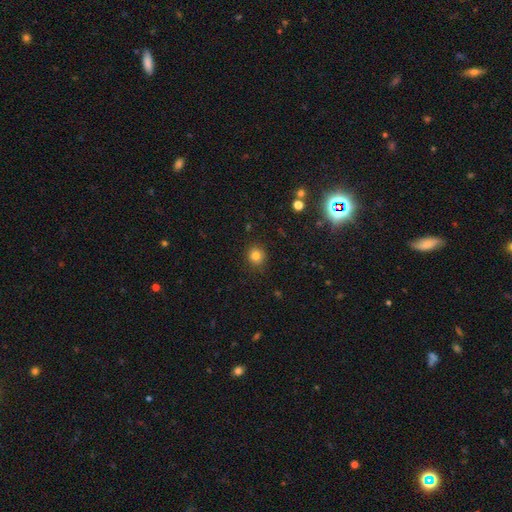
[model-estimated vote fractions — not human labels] smooth 81%, star or artifact 13%, featured or disk 6%. Down the decision tree: how rounded — round (89%); merging — none (87%).